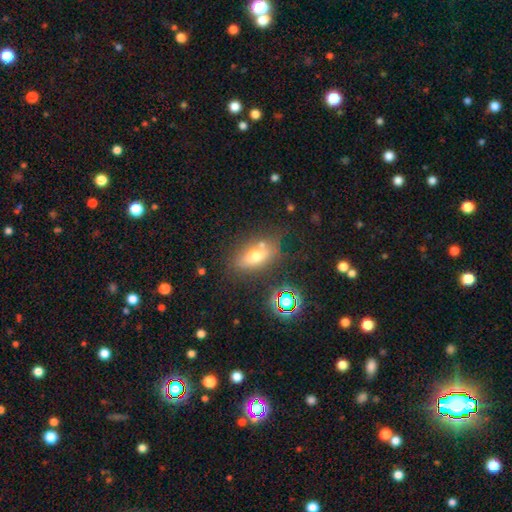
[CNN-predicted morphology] A smooth galaxy with no disk features (64%) that is in between round and cigar-shaped (78%). Merging: none (70%).